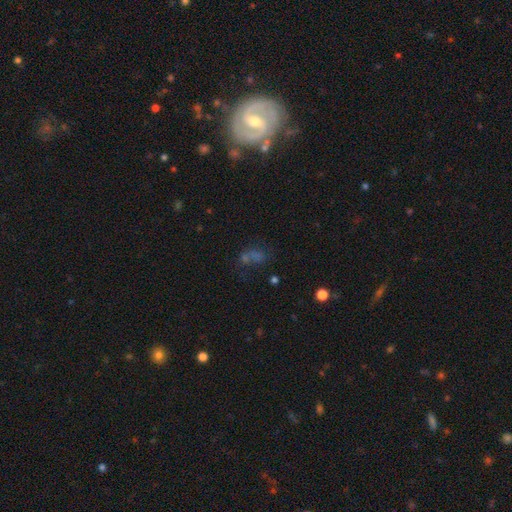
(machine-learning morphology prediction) Smooth or featured?
  - smooth: 45% *
  - star or artifact: 36%
  - featured or disk: 18%
Merging?
  - none: 41% *
  - merger: 29%
  - major disturbance: 16%
  - minor disturbance: 14%